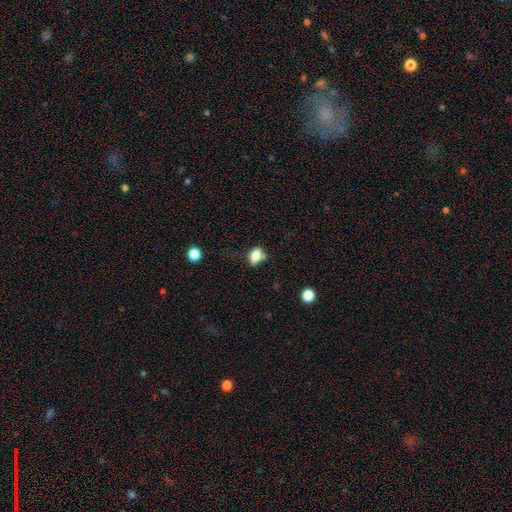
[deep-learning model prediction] Q: Smooth or featured?
A: smooth (75%); runner-up: featured or disk (15%)
Q: How rounded?
A: in between (76%); runner-up: round (20%)
Q: Merging?
A: none (54%); runner-up: minor disturbance (23%)